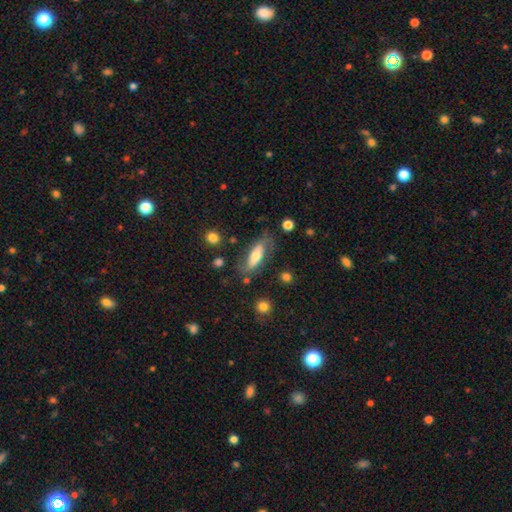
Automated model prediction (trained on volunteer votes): This is possibly a smooth galaxy (50%). How rounded: likely in between (65%). Merging: likely none (65%).